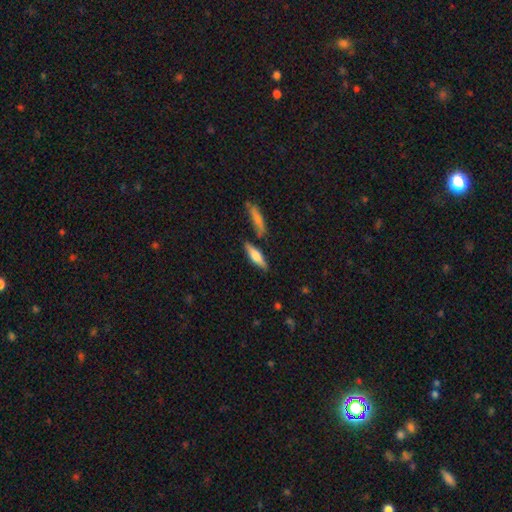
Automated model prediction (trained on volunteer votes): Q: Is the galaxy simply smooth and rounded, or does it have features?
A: smooth — 55%.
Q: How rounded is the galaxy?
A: cigar-shaped — 57%.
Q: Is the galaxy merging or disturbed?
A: none — 76%.